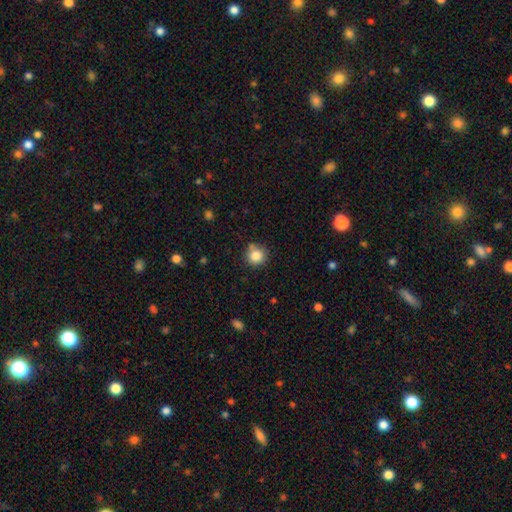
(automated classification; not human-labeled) Smooth or featured? smooth (83%)
How rounded? round (92%)
Merging? none (77%)